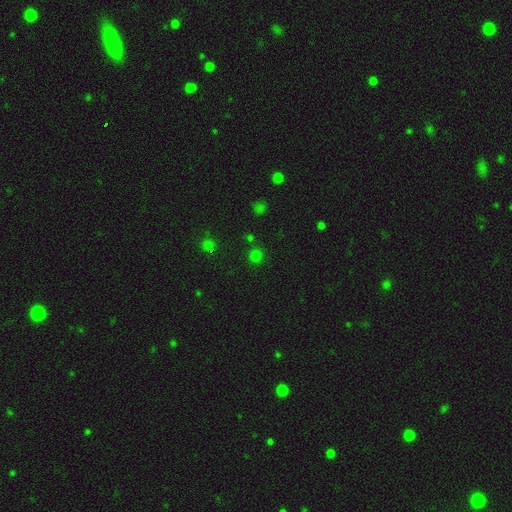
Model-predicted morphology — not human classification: A smooth galaxy with no disk features (67%) that is round (91%). Merging: none (83%).